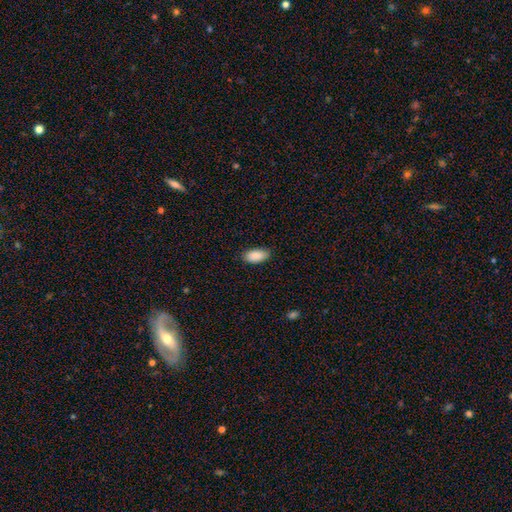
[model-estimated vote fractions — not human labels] Smooth or featured: smooth — 90% (star or artifact — 6%)
How rounded: in between — 93% (cigar-shaped — 5%)
Merging: none — 86% (minor disturbance — 10%)